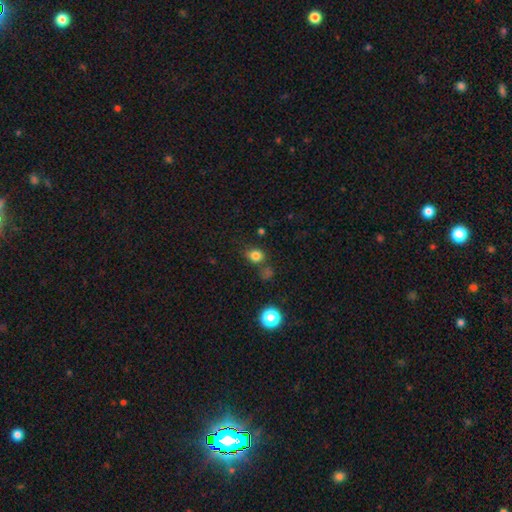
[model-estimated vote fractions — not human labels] A smooth galaxy with no disk features (78%) that is round (67%).

Vote fractions:
- Smooth or featured? smooth: 78% / star or artifact: 16% / featured or disk: 6%
- How rounded? round: 67% / in between: 32% / cigar-shaped: 1%
- Merging? none: 67% / minor disturbance: 17% / merger: 10% / major disturbance: 6%